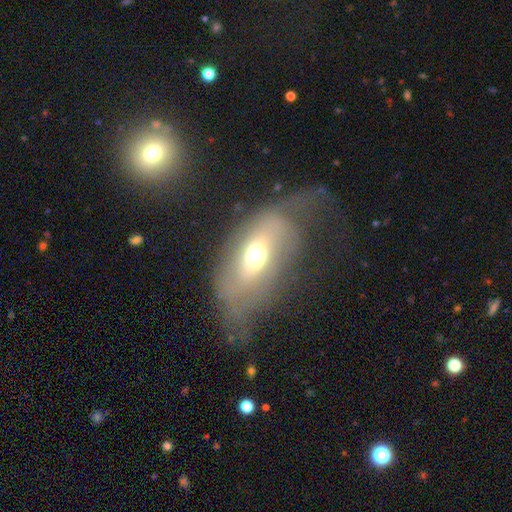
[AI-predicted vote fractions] A featured or disk galaxy (49%). Merging: major disturbance (41%).